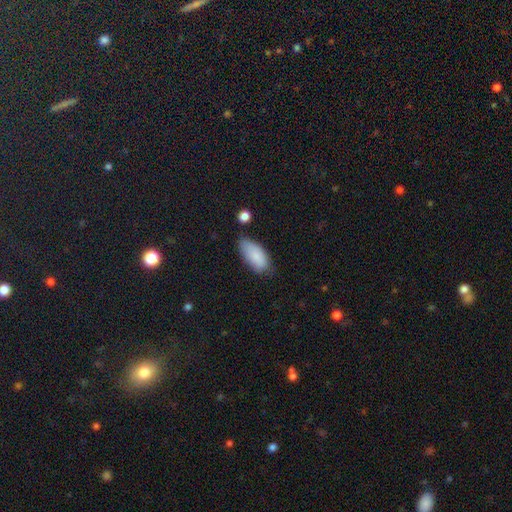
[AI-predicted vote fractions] Smooth or featured?
  - smooth: 85% *
  - featured or disk: 8%
  - star or artifact: 7%
How rounded?
  - in between: 89% *
  - cigar-shaped: 9%
  - round: 2%
Merging?
  - none: 59% *
  - minor disturbance: 30%
  - major disturbance: 7%
  - merger: 5%